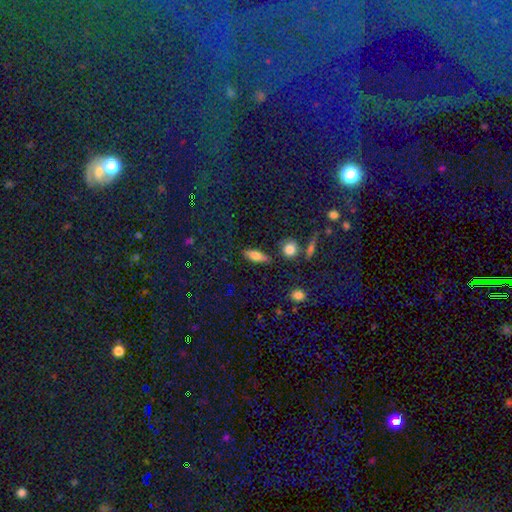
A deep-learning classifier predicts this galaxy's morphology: Overall: smooth (68%). How rounded: in between (58%; cigar-shaped 36%). Merging: none (82%).